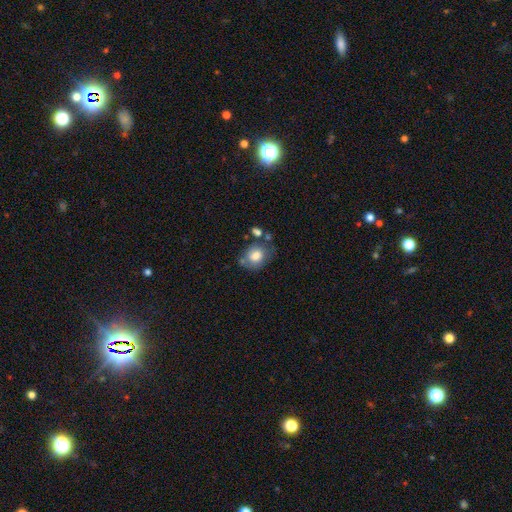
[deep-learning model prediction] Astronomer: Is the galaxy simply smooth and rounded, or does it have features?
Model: smooth — 76%.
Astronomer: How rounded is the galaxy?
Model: round — 51% (runner-up: in between, 48%).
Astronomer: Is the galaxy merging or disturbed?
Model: none — 56%.